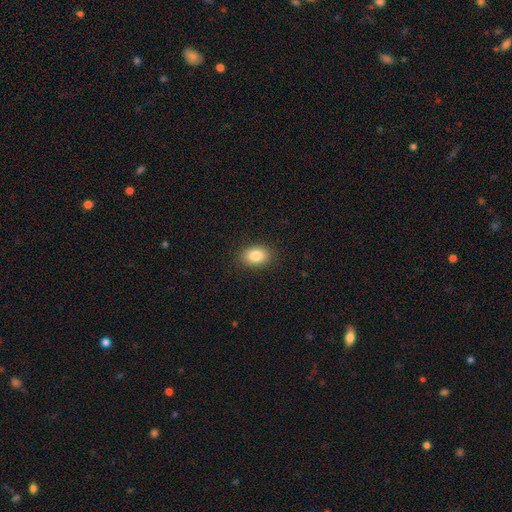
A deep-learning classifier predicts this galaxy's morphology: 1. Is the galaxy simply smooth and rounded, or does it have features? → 85% smooth, 8% star or artifact, 7% featured or disk.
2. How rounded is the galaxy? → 83% in between, 16% round, 1% cigar-shaped.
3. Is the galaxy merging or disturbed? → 89% none, 8% minor disturbance, 2% major disturbance, 1% merger.